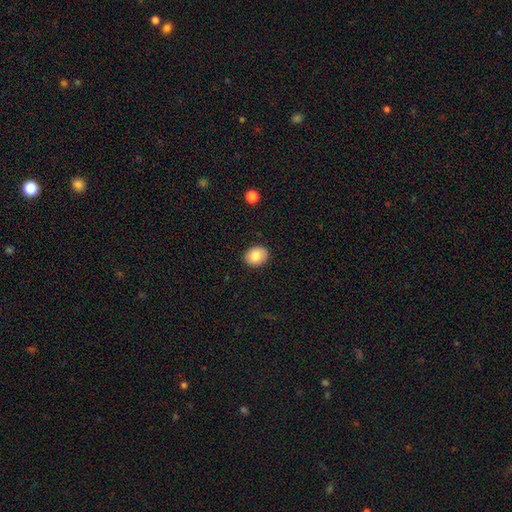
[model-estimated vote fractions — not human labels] Smooth or featured?
  - smooth: 83% *
  - featured or disk: 9%
  - star or artifact: 8%
How rounded?
  - in between: 50% *
  - round: 49%
  - cigar-shaped: 1%
Merging?
  - none: 89% *
  - minor disturbance: 8%
  - major disturbance: 2%
  - merger: 1%